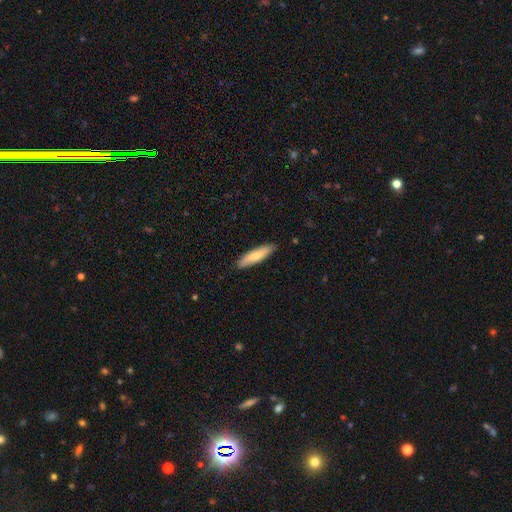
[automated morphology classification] The model was most divided on "smooth or featured": smooth: 71%, featured or disk: 24%, star or artifact: 5%. More confident: merging — none (87%); how rounded — cigar-shaped (75%).